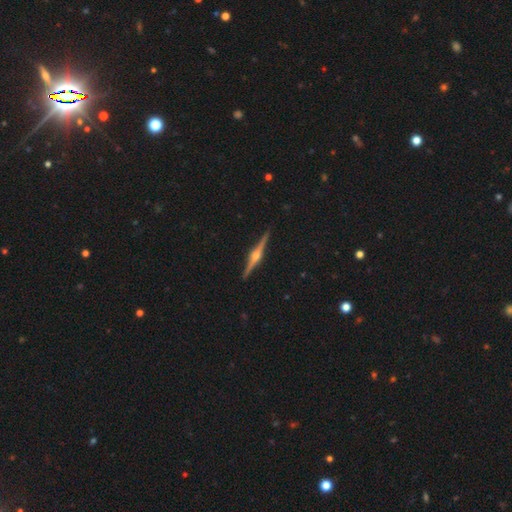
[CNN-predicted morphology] A featured or disk galaxy (88%) viewed edge-on (99%) with a rounded central bulge (93%). Merging: none (92%).